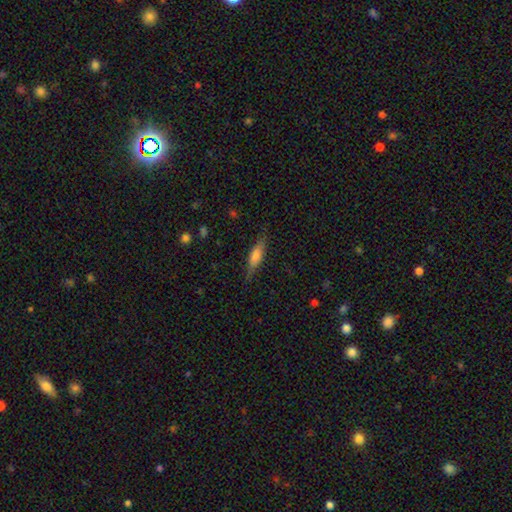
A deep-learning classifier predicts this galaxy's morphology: The model was most divided on "how rounded": cigar-shaped: 57%, in between: 40%, round: 2%. More confident: merging — none (78%); smooth or featured — smooth (58%).